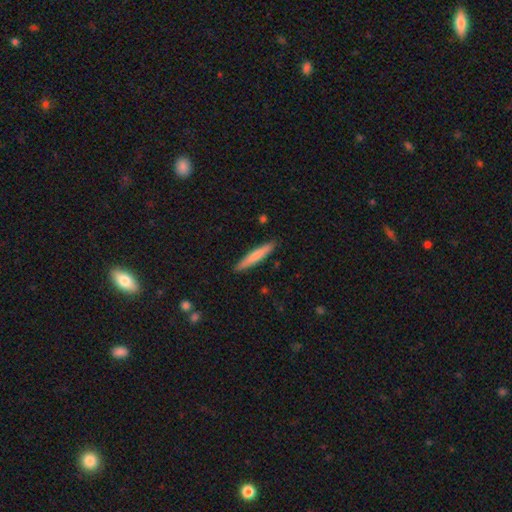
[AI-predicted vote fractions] smooth 70%, featured or disk 25%, star or artifact 5%. Down the decision tree: how rounded — cigar-shaped (94%); merging — none (91%).